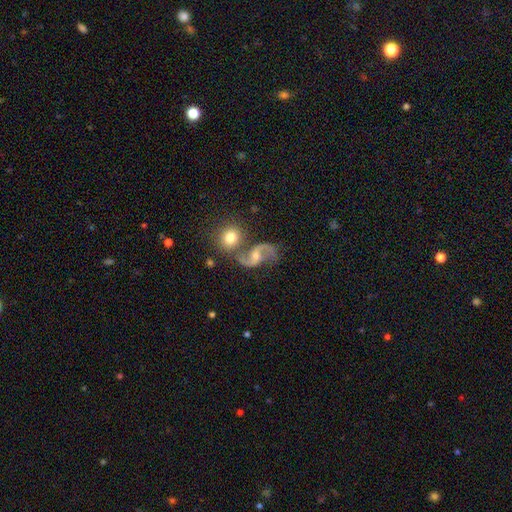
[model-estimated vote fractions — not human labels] The model was most divided on "bar" (2-way tie): weak: 43%, no: 43%, strong: 14%. Remaining: edge-on disk — no (97%); spiral arms — yes (96%); spiral arm count — 2 (93%); smooth or featured — featured or disk (85%); spiral winding — loose (63%); merging — none (57%); bulge size — moderate (49%).